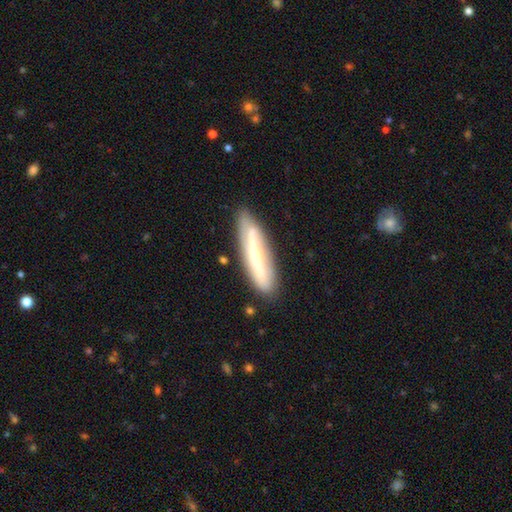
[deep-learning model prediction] This appears to be a featured or disk galaxy (58%) viewed edge-on (56%). Merging: none (81%).